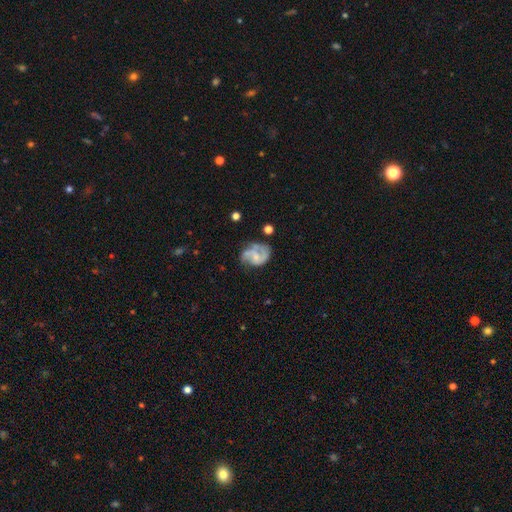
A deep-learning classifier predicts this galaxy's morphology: Overall: featured or disk (73%). Edge-on disk: no (98%). Bar: no (54%; weak 38%). Spiral arms: yes (88%). Spiral arm count: 2 (71%). Spiral winding: medium (47%; loose 31%). Bulge size: small (54%; moderate 24%). Merging: none (51%; minor disturbance 26%).